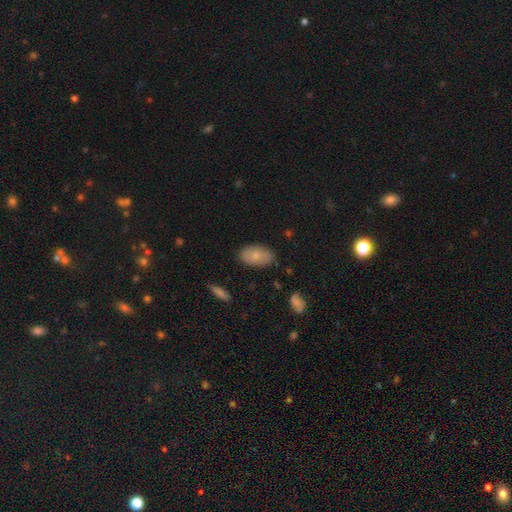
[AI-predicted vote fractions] smooth 74%, featured or disk 19%, star or artifact 7%. Down the decision tree: how rounded — in between (93%); merging — none (81%).